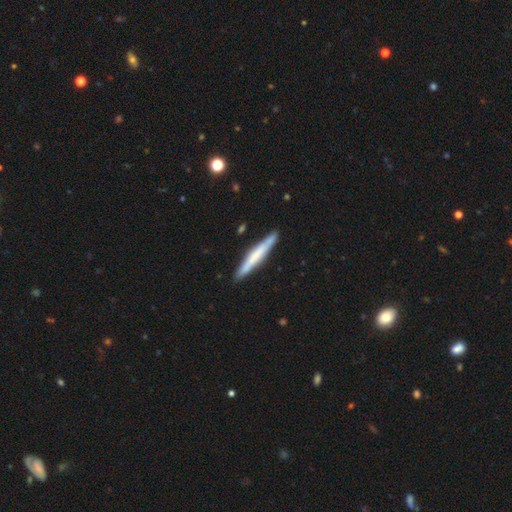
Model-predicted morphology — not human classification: A smooth galaxy with no disk features (54%) that is cigar-shaped (96%). Merging: none (88%).